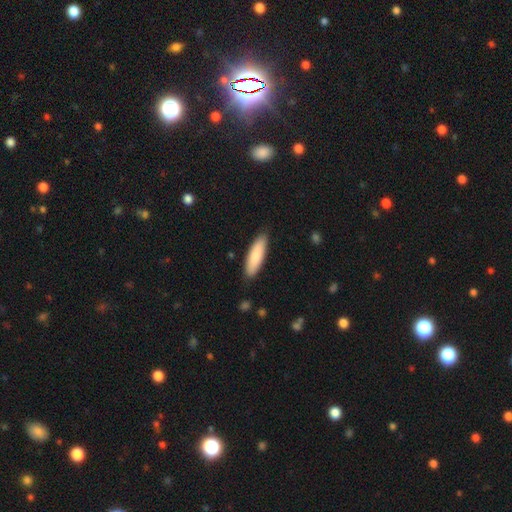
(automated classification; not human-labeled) smooth_or_featured: smooth (p=0.85) [alt: featured or disk p=0.09]
how_rounded: cigar-shaped (p=0.52) [alt: in between p=0.47]
merging: none (p=0.86) [alt: minor disturbance p=0.11]